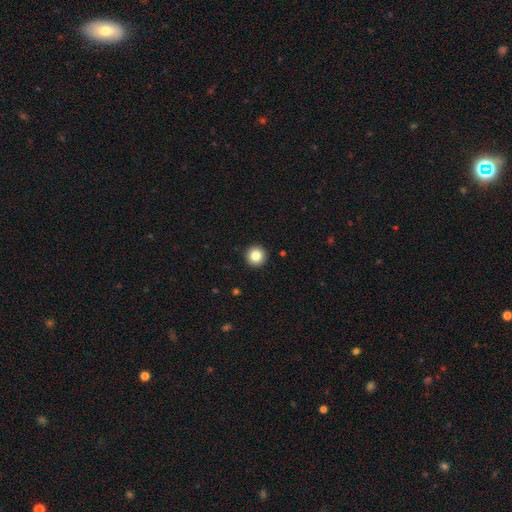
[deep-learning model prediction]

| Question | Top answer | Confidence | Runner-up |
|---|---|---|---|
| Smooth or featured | smooth | 84% | star or artifact (10%) |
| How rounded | round | 96% | in between (3%) |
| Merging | none | 94% | minor disturbance (4%) |